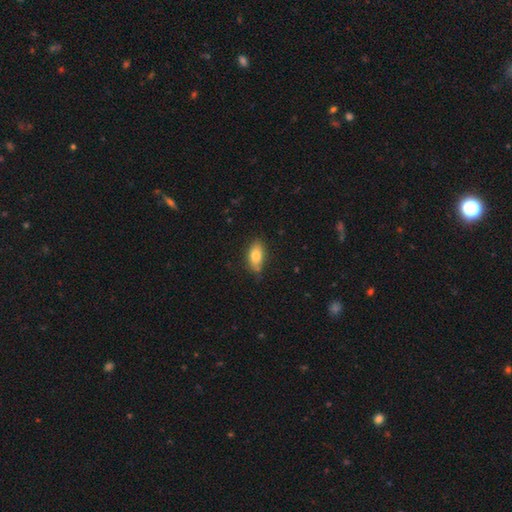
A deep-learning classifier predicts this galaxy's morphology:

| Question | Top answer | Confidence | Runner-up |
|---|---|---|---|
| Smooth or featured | smooth | 78% | featured or disk (14%) |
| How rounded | in between | 88% | cigar-shaped (8%) |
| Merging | none | 75% | minor disturbance (20%) |